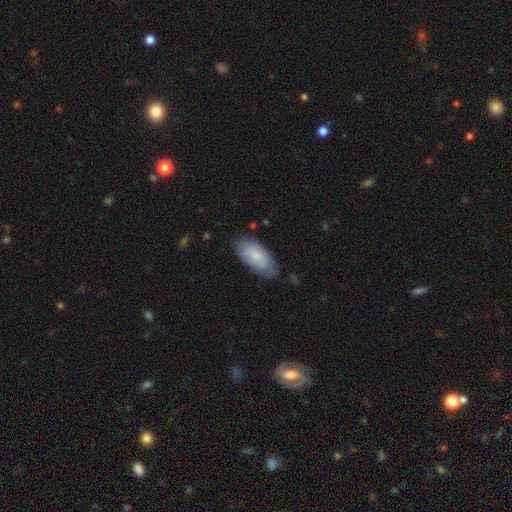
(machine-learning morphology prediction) smooth 78%, featured or disk 16%, star or artifact 6%. Down the decision tree: how rounded — in between (92%); merging — none (74%).